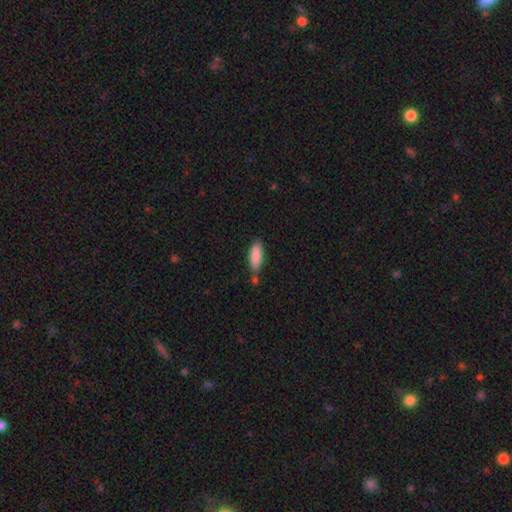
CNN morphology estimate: This appears to be a smooth galaxy with no disk features (87%) that is in between round and cigar-shaped (69%). Merging: none (62%).